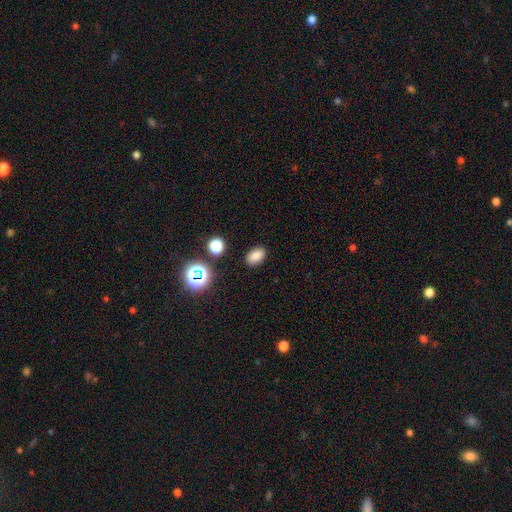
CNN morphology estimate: Smooth or featured?
  - smooth: 81% *
  - star or artifact: 14%
  - featured or disk: 5%
How rounded?
  - in between: 85% *
  - round: 14%
  - cigar-shaped: 1%
Merging?
  - none: 87% *
  - minor disturbance: 9%
  - major disturbance: 3%
  - merger: 2%